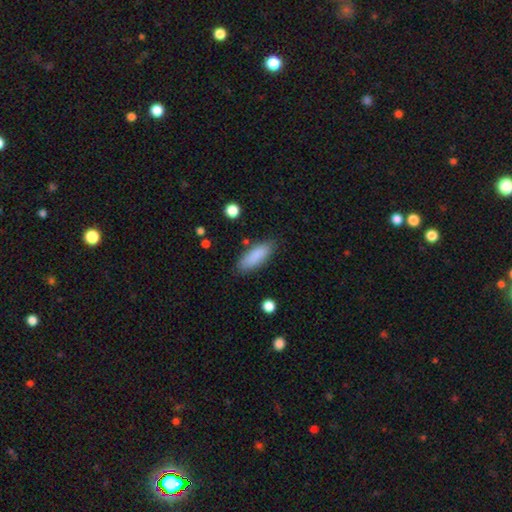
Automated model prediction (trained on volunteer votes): A smooth galaxy with no disk features (87%) that is in between round and cigar-shaped (63%).

Vote fractions:
- Smooth or featured? smooth: 87% / featured or disk: 7% / star or artifact: 7%
- How rounded? in between: 63% / cigar-shaped: 35% / round: 2%
- Merging? none: 82% / minor disturbance: 13% / major disturbance: 3% / merger: 2%